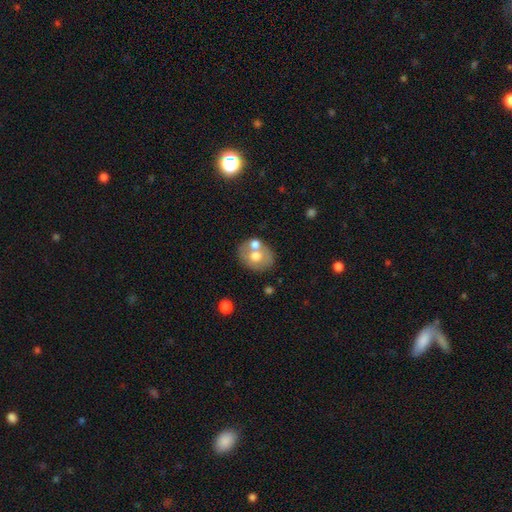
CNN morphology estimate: The model was most divided on "how rounded": round: 55%, in between: 44%, cigar-shaped: 1%. More confident: smooth or featured — smooth (61%); merging — none (57%).